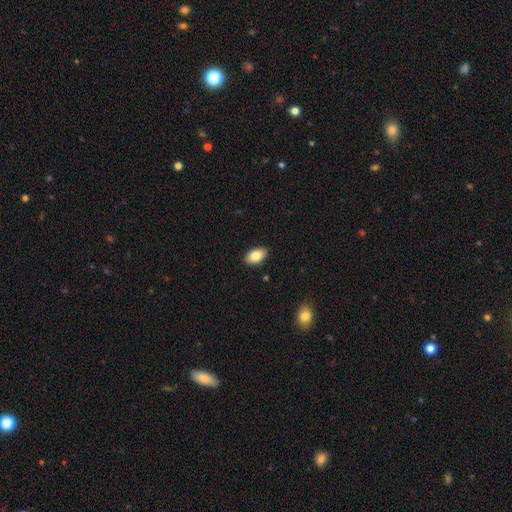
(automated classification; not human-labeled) This is clearly a smooth galaxy (84%). How rounded: clearly in between (93%). Merging: clearly none (89%).